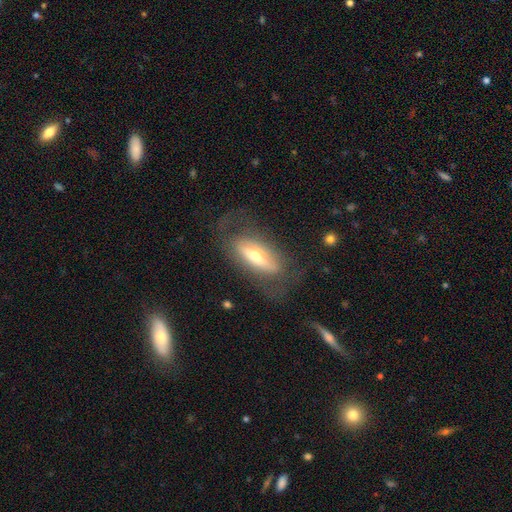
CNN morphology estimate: Q: Smooth or featured?
A: featured or disk (57%); runner-up: smooth (36%)
Q: Edge-on disk?
A: no (61%); runner-up: yes (39%)
Q: Merging?
A: none (60%); runner-up: minor disturbance (19%)